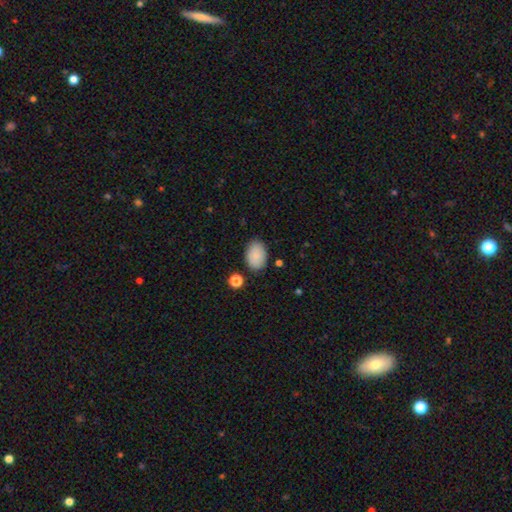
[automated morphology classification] Overall: smooth (88%). How rounded: in between (87%). Merging: none (84%).